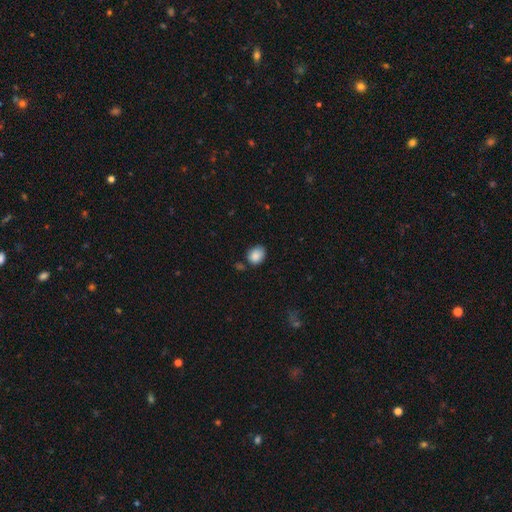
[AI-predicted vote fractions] smooth 87%, star or artifact 8%, featured or disk 5%. Down the decision tree: how rounded — in between (54%); merging — none (65%).